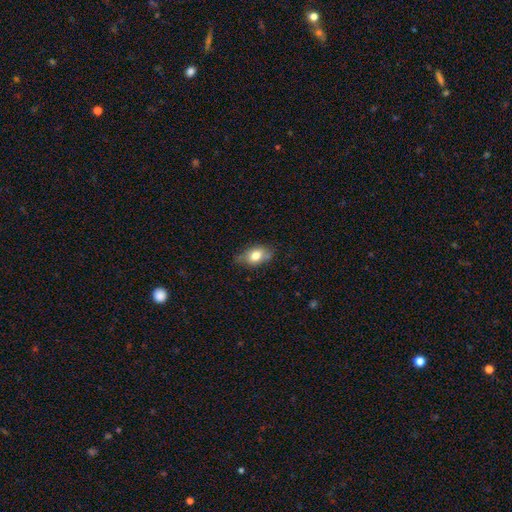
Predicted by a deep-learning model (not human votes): Smooth or featured? smooth (75%)
How rounded? in between (85%)
Merging? none (67%)